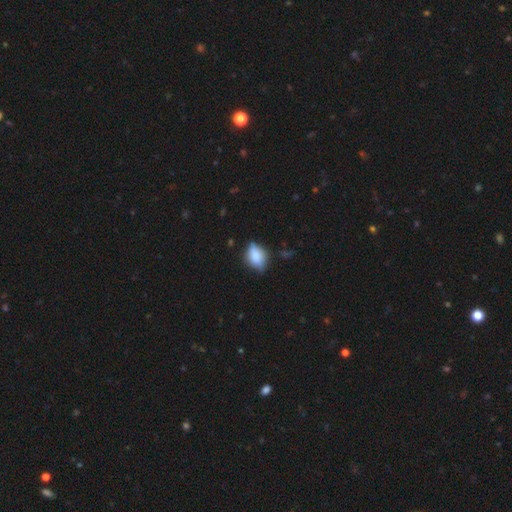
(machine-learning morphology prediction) Smooth or featured: smooth — 79% (featured or disk — 13%)
How rounded: in between — 78% (round — 20%)
Merging: none — 59% (minor disturbance — 32%)